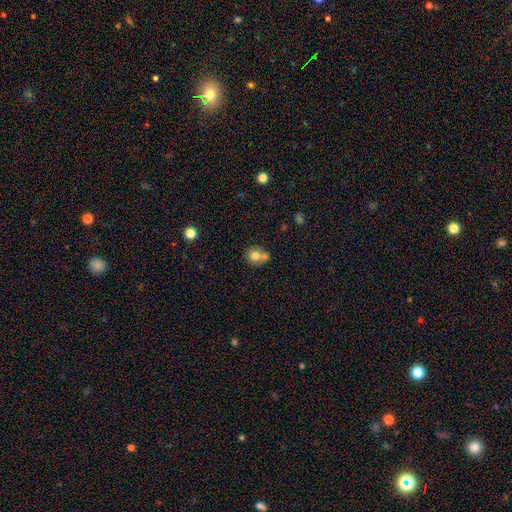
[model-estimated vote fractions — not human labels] Morphology: type=smooth (74%); roundness=round (74%); merging=merger (44%).